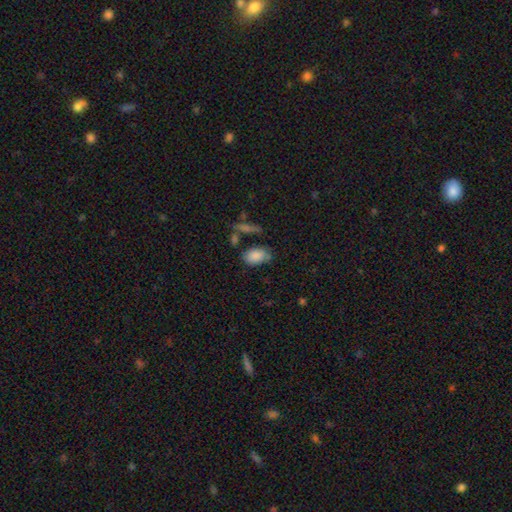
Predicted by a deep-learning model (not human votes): Smooth or featured? Predicted: smooth (p=0.85). How rounded? Predicted: in between (p=0.90). Merging? Predicted: none (p=0.61).